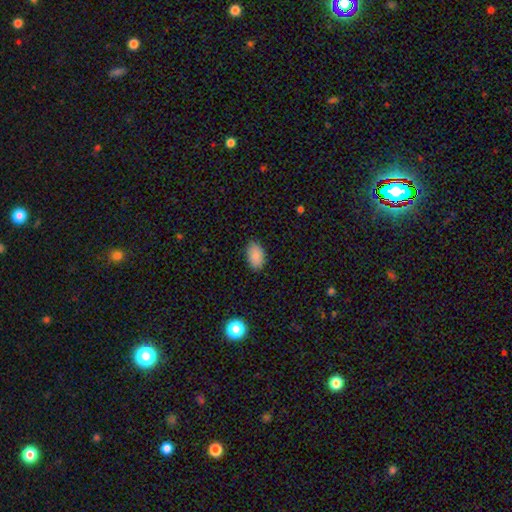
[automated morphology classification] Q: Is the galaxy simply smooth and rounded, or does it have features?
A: smooth — 86%.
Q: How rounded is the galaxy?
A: in between — 91%.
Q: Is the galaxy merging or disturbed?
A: none — 84%.